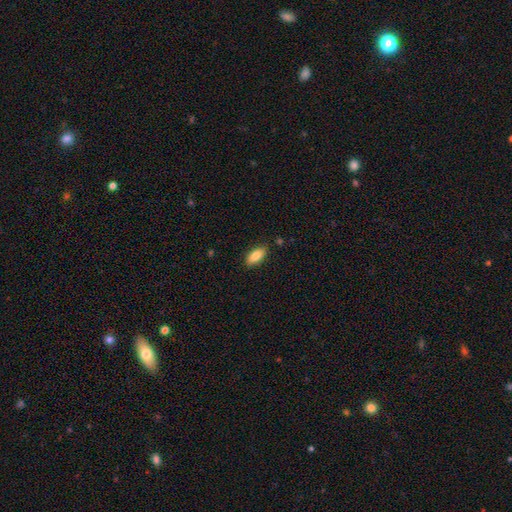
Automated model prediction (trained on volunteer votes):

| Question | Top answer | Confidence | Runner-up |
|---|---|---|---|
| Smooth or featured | smooth | 87% | star or artifact (7%) |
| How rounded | in between | 87% | cigar-shaped (11%) |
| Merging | none | 86% | minor disturbance (11%) |